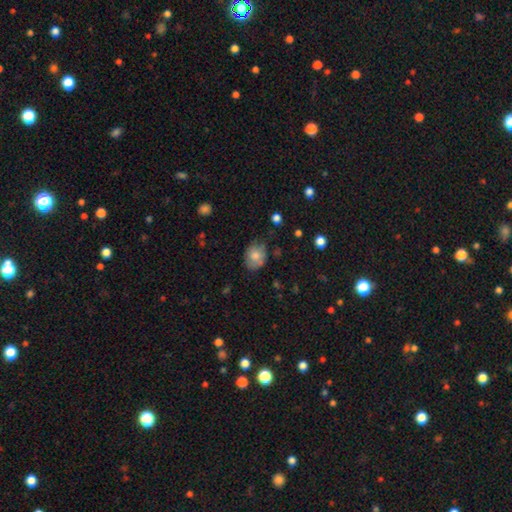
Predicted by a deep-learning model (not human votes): A smooth galaxy with no disk features (75%) that is in between round and cigar-shaped (51%). Merging: none (63%).